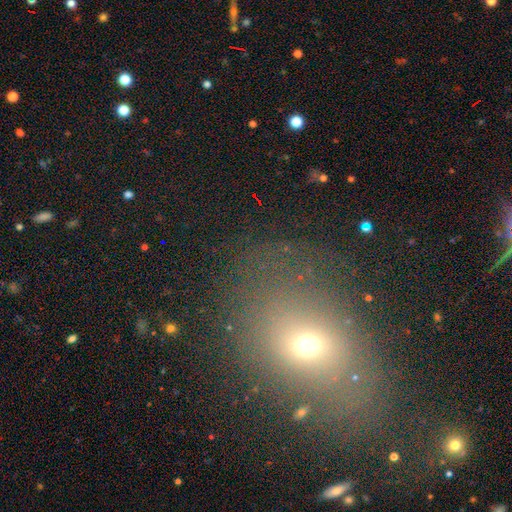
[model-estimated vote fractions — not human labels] Smooth or featured? smooth (49%)
Merging? none (72%)